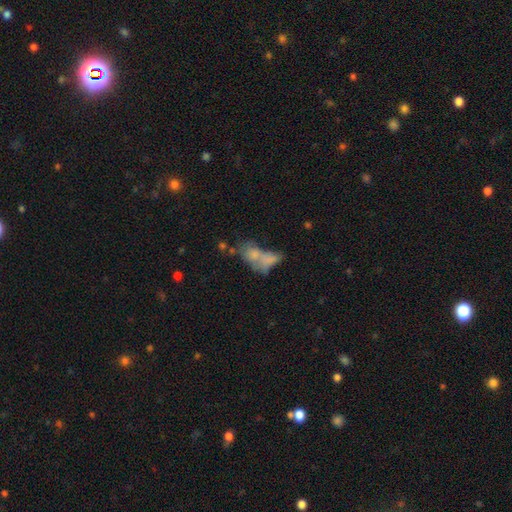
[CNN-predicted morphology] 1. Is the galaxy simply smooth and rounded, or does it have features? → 62% smooth, 25% featured or disk, 13% star or artifact.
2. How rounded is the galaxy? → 76% in between, 16% round, 8% cigar-shaped.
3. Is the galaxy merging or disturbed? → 59% merger, 20% none, 12% major disturbance, 10% minor disturbance.